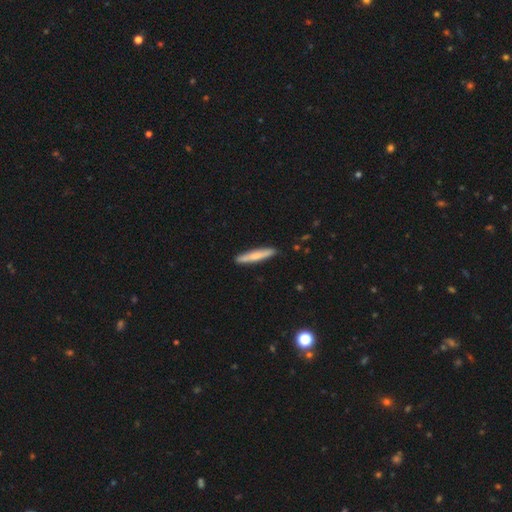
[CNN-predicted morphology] type=smooth (68%); roundness=cigar-shaped (93%); merging=none (89%).